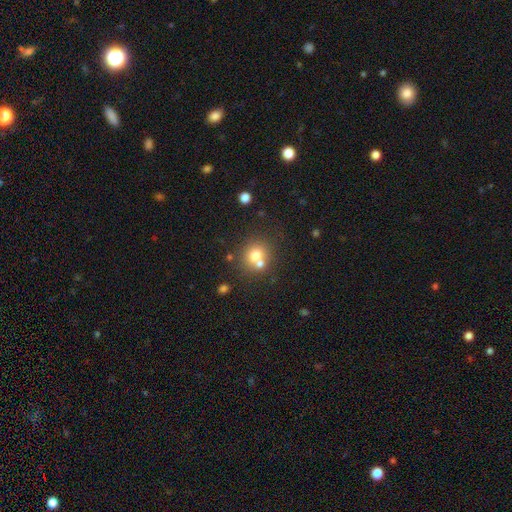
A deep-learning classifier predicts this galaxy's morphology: The model was most divided on "merging": none: 53%, merger: 35%, minor disturbance: 9%, major disturbance: 4%. More confident: how rounded — round (84%); smooth or featured — smooth (71%).